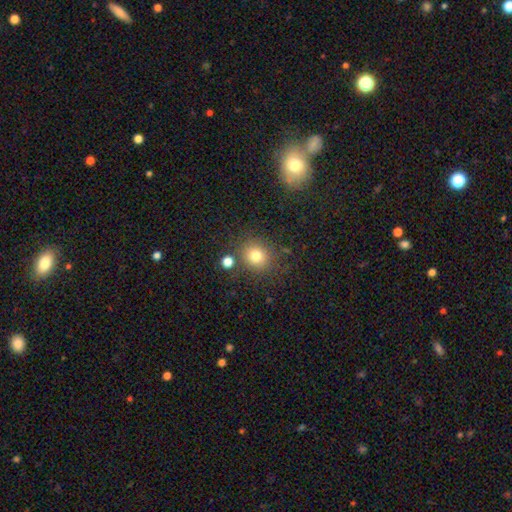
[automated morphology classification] A smooth galaxy with no disk features (77%) that is round (86%). Merging: none (79%).